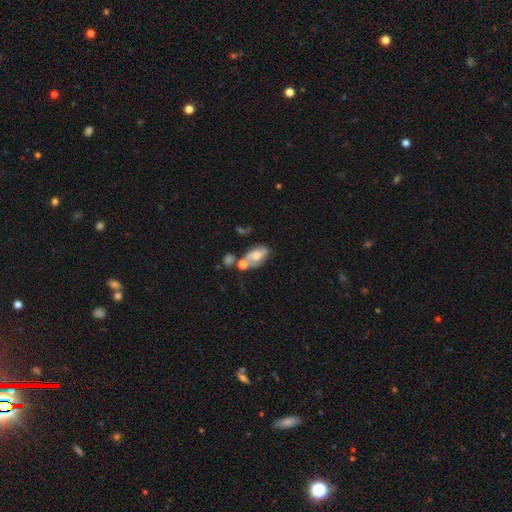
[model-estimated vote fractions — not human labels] Q: Smooth or featured?
A: featured or disk (49%); runner-up: smooth (42%)
Q: Merging?
A: none (35%); tied with: merger (35%)